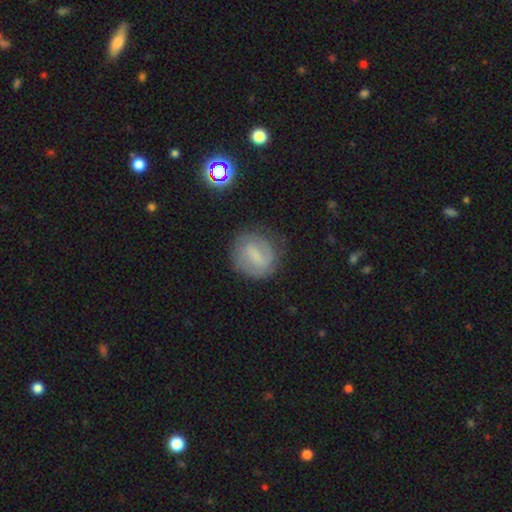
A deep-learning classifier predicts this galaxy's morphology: Smooth or featured? Predicted: featured or disk (p=0.45, tied with smooth). Merging? Predicted: none (p=0.73).